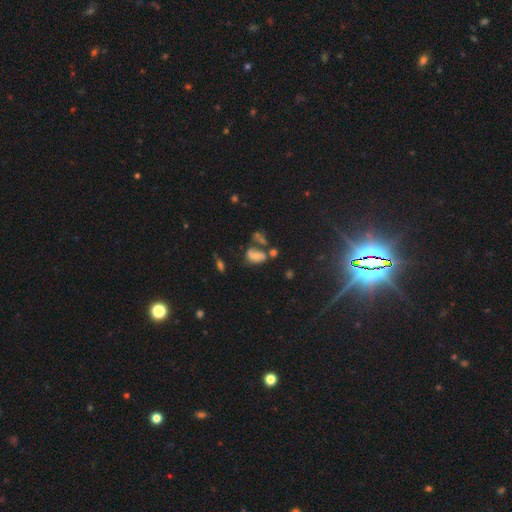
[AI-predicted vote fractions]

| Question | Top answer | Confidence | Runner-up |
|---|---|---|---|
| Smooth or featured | smooth | 54% | featured or disk (27%) |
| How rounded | in between | 83% | round (14%) |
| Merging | merger | 33% | none (29%) |